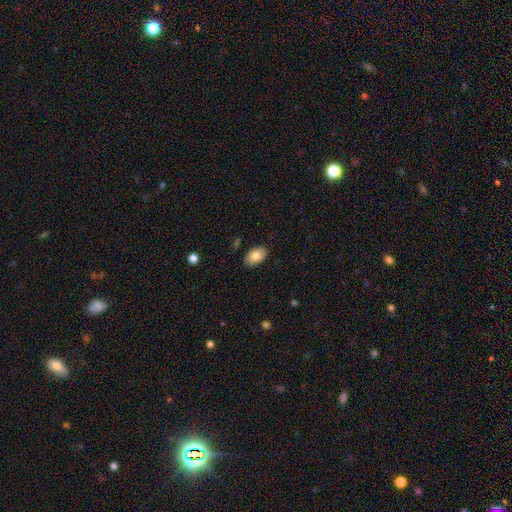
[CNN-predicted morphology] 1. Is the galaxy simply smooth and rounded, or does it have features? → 82% smooth, 11% featured or disk, 7% star or artifact.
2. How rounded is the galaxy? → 92% in between, 7% round, 1% cigar-shaped.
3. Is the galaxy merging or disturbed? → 87% none, 10% minor disturbance, 2% major disturbance, 1% merger.